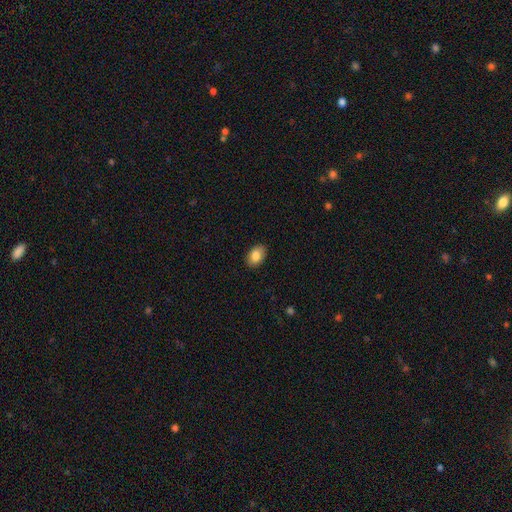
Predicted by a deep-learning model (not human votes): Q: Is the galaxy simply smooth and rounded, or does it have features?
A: smooth — 84%.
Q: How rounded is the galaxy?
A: in between — 85%.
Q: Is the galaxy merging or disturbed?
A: none — 88%.